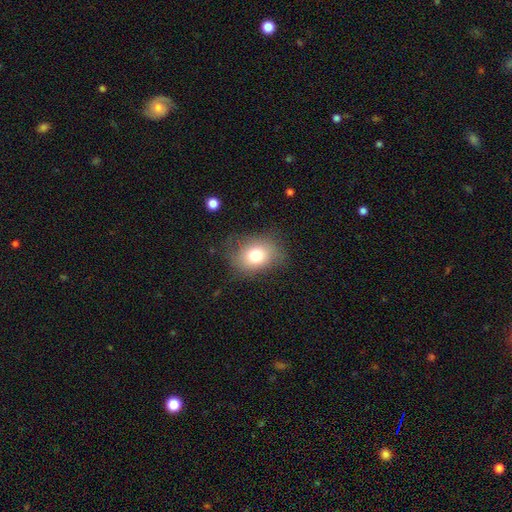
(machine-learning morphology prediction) This is likely a smooth galaxy (75%). How rounded: possibly in between (55%). Merging: likely none (73%).